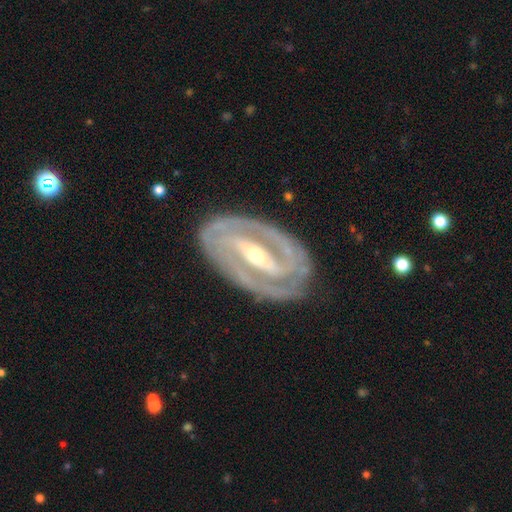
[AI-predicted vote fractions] Smooth or featured? featured or disk (90%)
Edge-on disk? no (94%)
Bar? strong (69%)
Spiral arms? yes (94%)
Spiral winding? tight (67%)
Spiral arm count? 2 (77%)
Bulge size? small (51%)
Merging? none (82%)